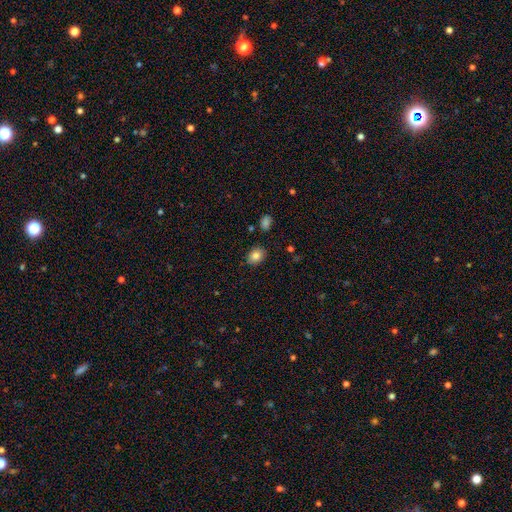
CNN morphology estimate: smooth 83%, star or artifact 9%, featured or disk 8%. Down the decision tree: how rounded — in between (61%); merging — none (85%).